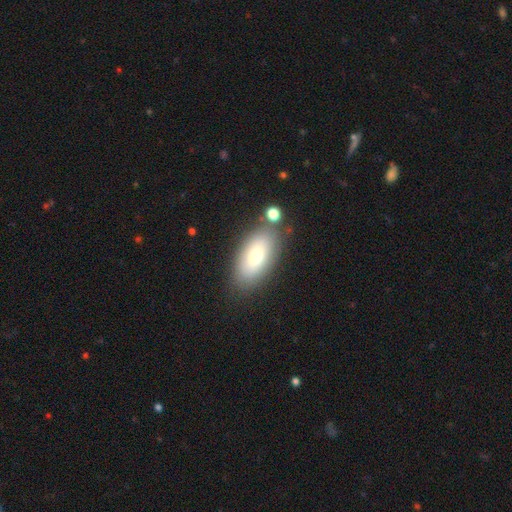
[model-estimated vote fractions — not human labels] A smooth galaxy with no disk features (72%) that is in between round and cigar-shaped (90%). Merging: none (76%).